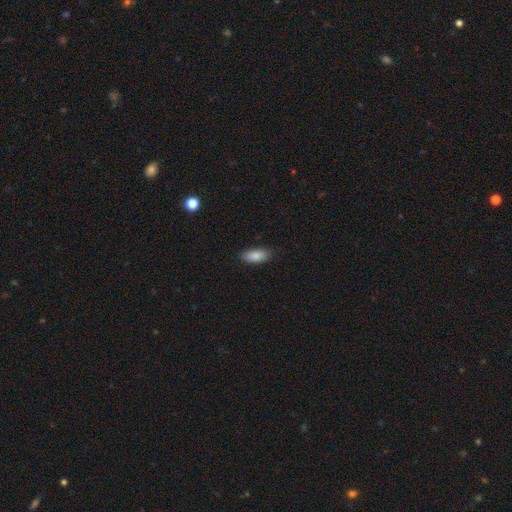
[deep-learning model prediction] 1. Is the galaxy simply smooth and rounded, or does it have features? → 88% smooth, 7% star or artifact, 6% featured or disk.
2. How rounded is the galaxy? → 87% in between, 10% cigar-shaped, 2% round.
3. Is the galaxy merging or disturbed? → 85% none, 12% minor disturbance, 2% major disturbance, 1% merger.